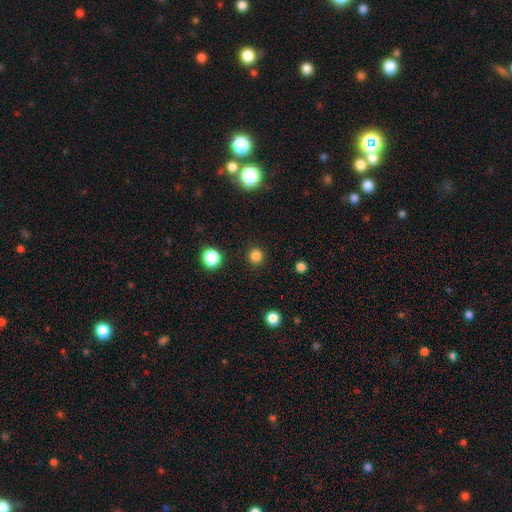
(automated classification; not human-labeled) A smooth galaxy with no disk features (82%) that is round (94%). Merging: none (92%).